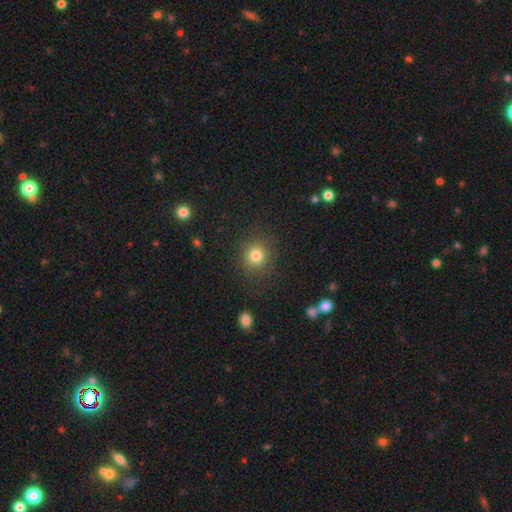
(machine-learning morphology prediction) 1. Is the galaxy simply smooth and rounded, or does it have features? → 81% smooth, 12% star or artifact, 6% featured or disk.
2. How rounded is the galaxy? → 87% round, 12% in between, 1% cigar-shaped.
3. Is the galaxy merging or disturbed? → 86% none, 8% minor disturbance, 4% major disturbance, 2% merger.